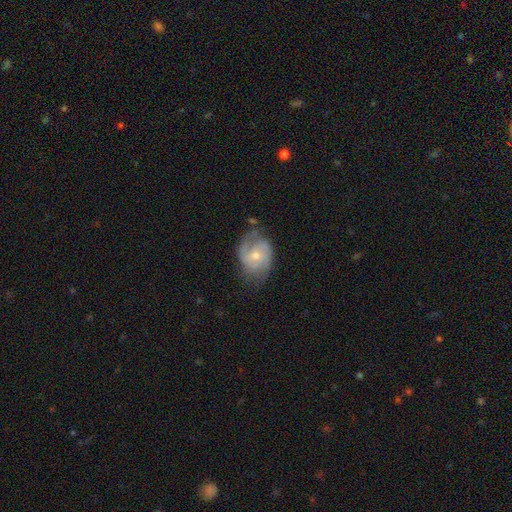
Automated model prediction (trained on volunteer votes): Smooth or featured: featured or disk — 70% (smooth — 22%)
Edge-on disk: no — 97% (yes — 3%)
Bar: no — 60% (weak — 33%)
Spiral arms: yes — 87% (no — 13%)
Spiral winding: medium — 43% (tight — 36%)
Spiral arm count: 2 — 62% (can't tell — 21%)
Bulge size: small — 57% (moderate — 40%)
Merging: none — 59% (minor disturbance — 27%)